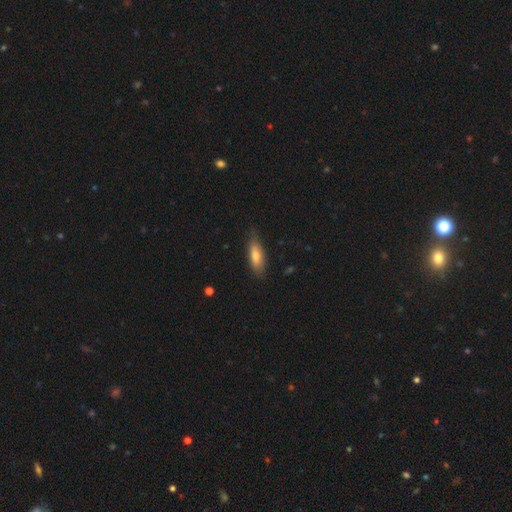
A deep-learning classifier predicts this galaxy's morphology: Smooth or featured?
  - smooth: 72% *
  - featured or disk: 22%
  - star or artifact: 7%
How rounded?
  - in between: 57% *
  - cigar-shaped: 41%
  - round: 2%
Merging?
  - none: 78% *
  - minor disturbance: 18%
  - major disturbance: 3%
  - merger: 1%